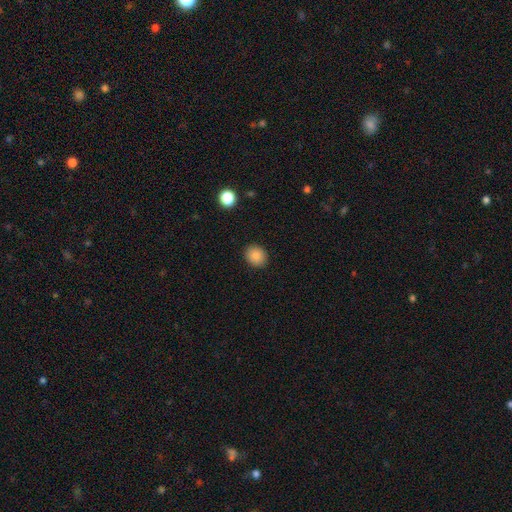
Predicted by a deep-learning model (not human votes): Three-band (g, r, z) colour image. It shows a smooth galaxy with no disk features (86%) that is round (64%). Merging: none (89%).